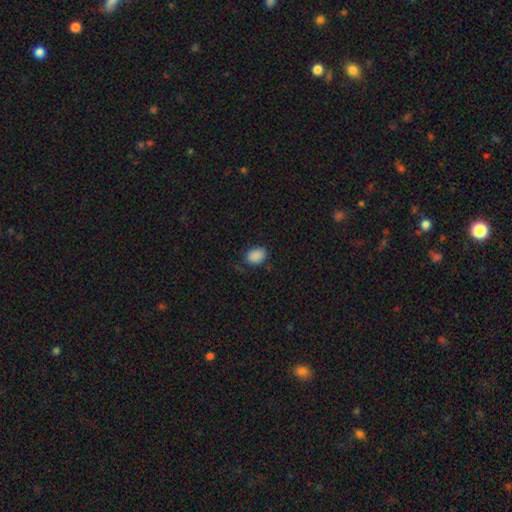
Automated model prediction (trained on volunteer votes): smooth 88%, star or artifact 9%, featured or disk 3%. Down the decision tree: how rounded — in between (74%); merging — none (76%).